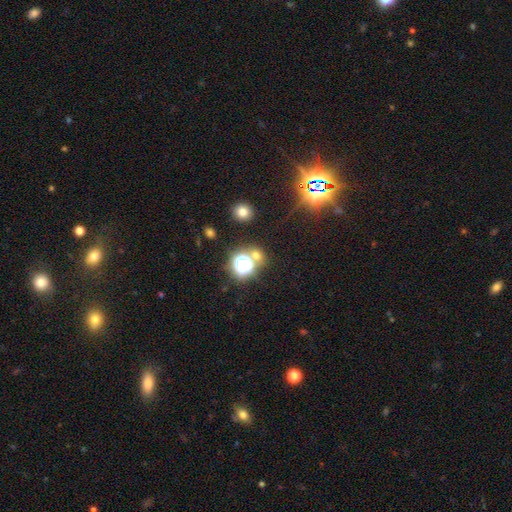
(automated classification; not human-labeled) smooth 48%, star or artifact 43%, featured or disk 8%. Down the decision tree: merging — none (69%).